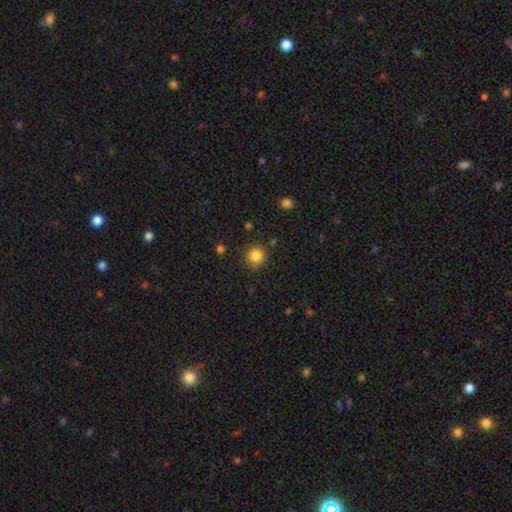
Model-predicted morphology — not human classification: Smooth or featured? smooth (84%)
How rounded? round (93%)
Merging? none (88%)